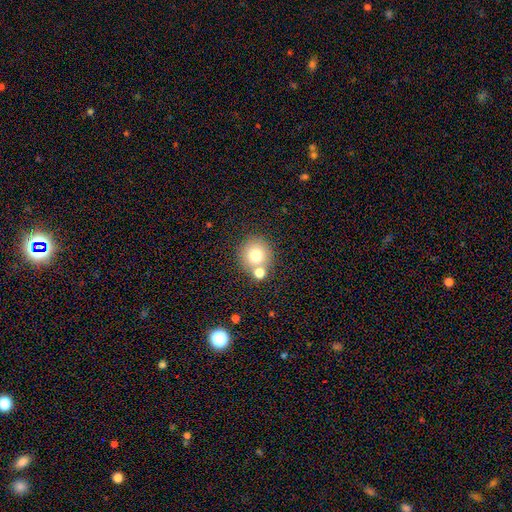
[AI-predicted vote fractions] This appears to be a smooth galaxy with no disk features (76%) that is round (89%). Merging: none (64%).